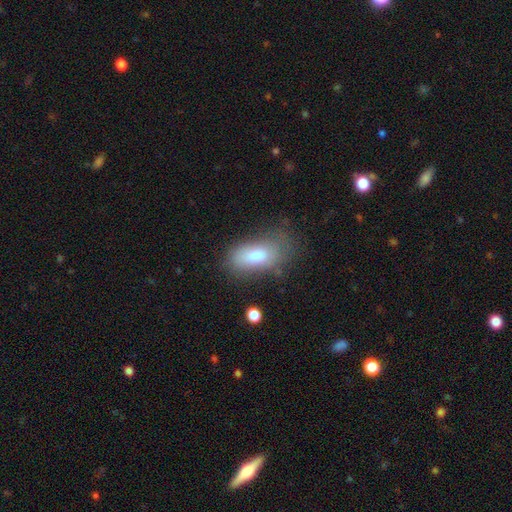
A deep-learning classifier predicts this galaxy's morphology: Smooth or featured? smooth (78%)
How rounded? in between (89%)
Merging? none (57%)